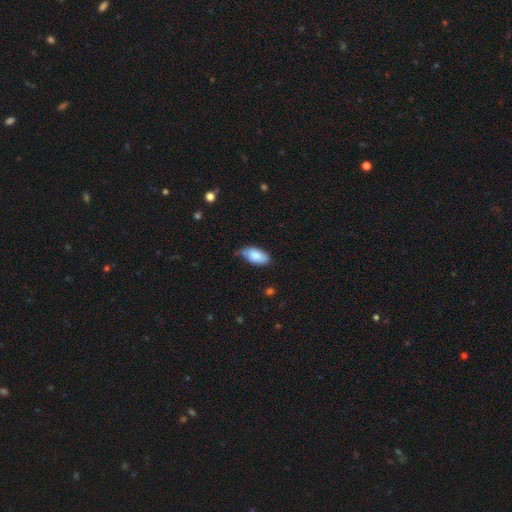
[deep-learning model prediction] A smooth galaxy with no disk features (84%) that is in between round and cigar-shaped (94%).

Vote fractions:
- Smooth or featured? smooth: 84% / featured or disk: 10% / star or artifact: 6%
- How rounded? in between: 94% / cigar-shaped: 3% / round: 3%
- Merging? none: 60% / minor disturbance: 33% / major disturbance: 5% / merger: 2%